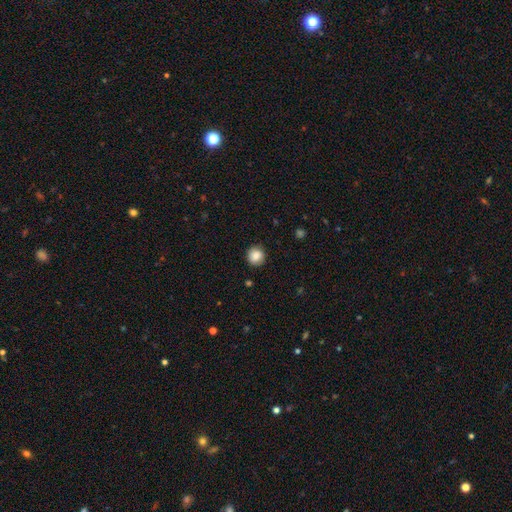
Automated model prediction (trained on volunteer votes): Smooth or featured? Predicted: smooth (p=0.85). How rounded? Predicted: round (p=0.90). Merging? Predicted: none (p=0.88).